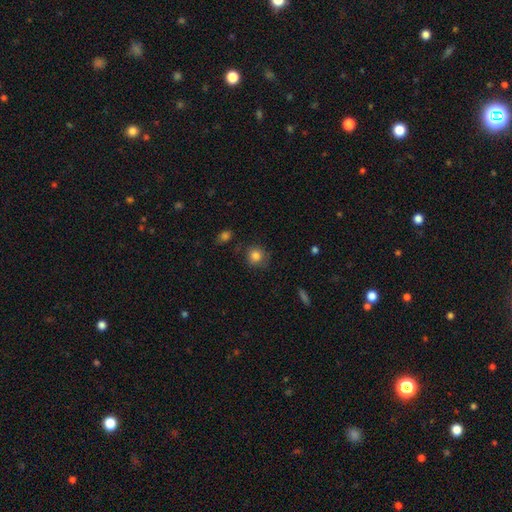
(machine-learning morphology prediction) The model was most divided on "merging": none: 76%, minor disturbance: 16%, major disturbance: 5%, merger: 2%. More confident: how rounded — round (87%); smooth or featured — smooth (82%).